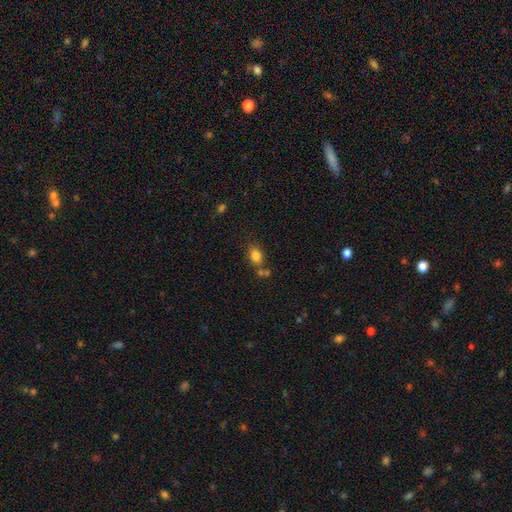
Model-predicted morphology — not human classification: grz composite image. It shows a smooth galaxy with no disk features (82%) that is in between round and cigar-shaped (67%). Merging: none (60%).